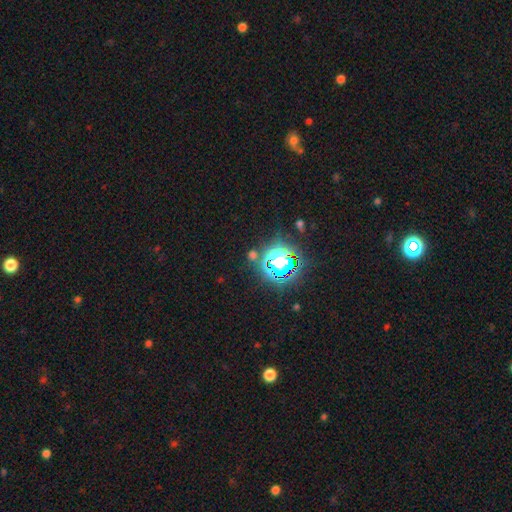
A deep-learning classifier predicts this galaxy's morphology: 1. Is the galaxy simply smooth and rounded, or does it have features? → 73% star or artifact, 18% smooth, 8% featured or disk.